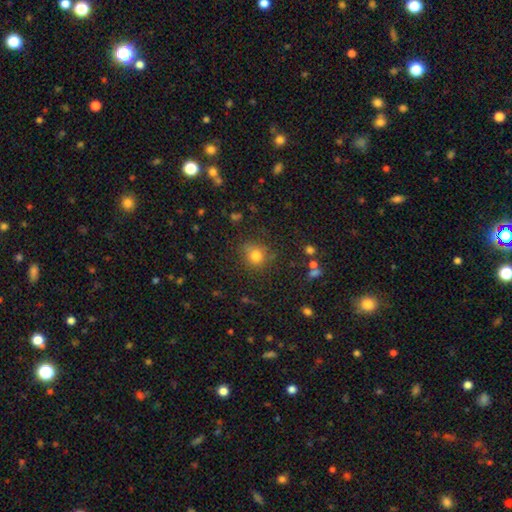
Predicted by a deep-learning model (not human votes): Overall: smooth (78%). How rounded: round (83%). Merging: none (78%).